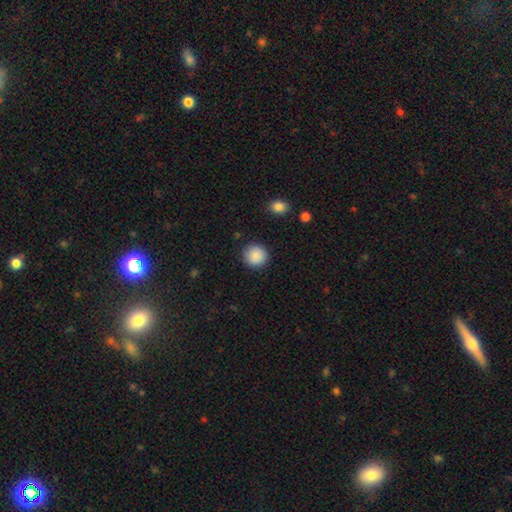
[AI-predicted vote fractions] Q: Smooth or featured?
A: smooth (88%); runner-up: star or artifact (8%)
Q: How rounded?
A: round (94%); runner-up: in between (5%)
Q: Merging?
A: none (90%); runner-up: minor disturbance (7%)